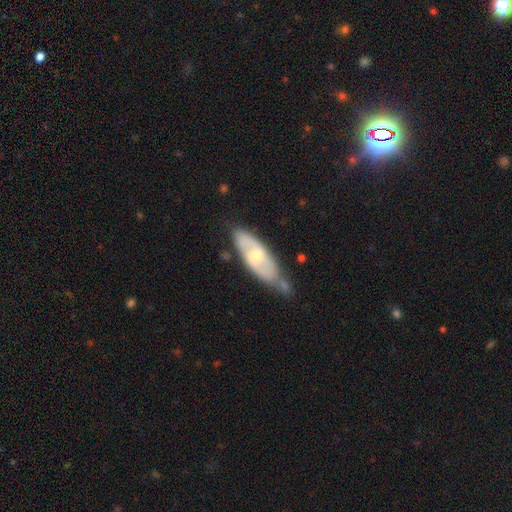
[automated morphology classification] type=featured or disk (53%); edge-on=no (80%); merging=none (53%).